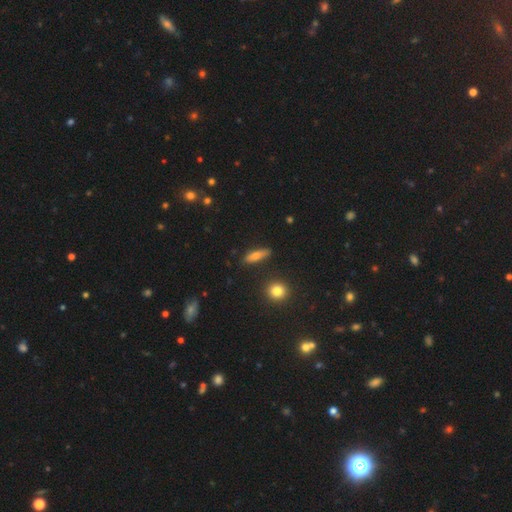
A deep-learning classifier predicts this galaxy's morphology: A smooth galaxy with no disk features (69%) that is cigar-shaped (61%).

Vote fractions:
- Smooth or featured? smooth: 69% / featured or disk: 22% / star or artifact: 9%
- How rounded? cigar-shaped: 61% / in between: 34% / round: 4%
- Merging? none: 83% / minor disturbance: 12% / major disturbance: 3% / merger: 2%